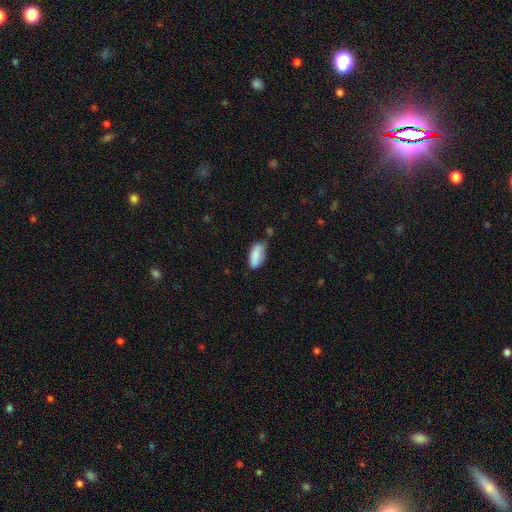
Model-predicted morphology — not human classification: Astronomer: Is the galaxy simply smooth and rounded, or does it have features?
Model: smooth — 84%.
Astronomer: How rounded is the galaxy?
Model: in between — 87%.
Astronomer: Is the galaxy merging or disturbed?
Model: none — 53% (runner-up: minor disturbance, 33%).